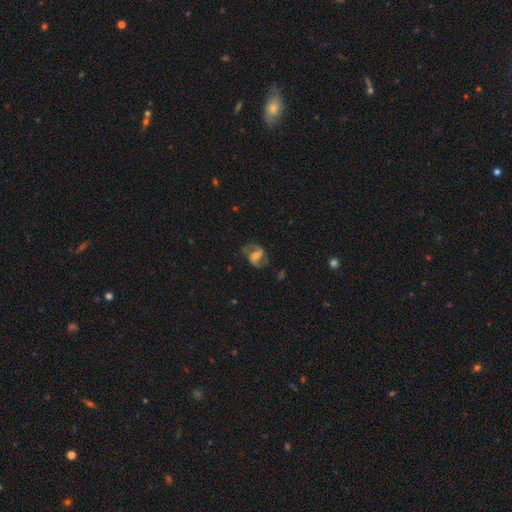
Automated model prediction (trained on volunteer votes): smooth-or-featured: featured or disk: 69% | smooth: 24% | star or artifact: 7%
  disk-edge-on: no: 96% | yes: 4%
    bar: weak: 42% | strong: 32% | no: 26%
    has-spiral-arms: yes: 86% | no: 14%
      spiral-winding: medium: 47% | loose: 38% | tight: 15%
      spiral-arm-count: 2: 85% | can't tell: 7% | 1: 4% | 3: 2% | 4: 1% | more than 4: 1%
    bulge-size: moderate: 42% | small: 36% | large: 10% | none: 9% | dominant: 2%
  merging: none: 63% | minor disturbance: 19% | major disturbance: 16% | merger: 2%